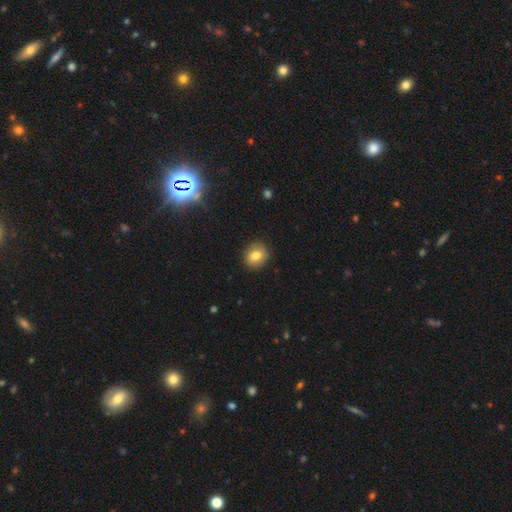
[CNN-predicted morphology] Smooth or featured?
  - smooth: 78% *
  - featured or disk: 12%
  - star or artifact: 10%
How rounded?
  - round: 71% *
  - in between: 28%
  - cigar-shaped: 1%
Merging?
  - none: 87% *
  - minor disturbance: 10%
  - major disturbance: 2%
  - merger: 1%